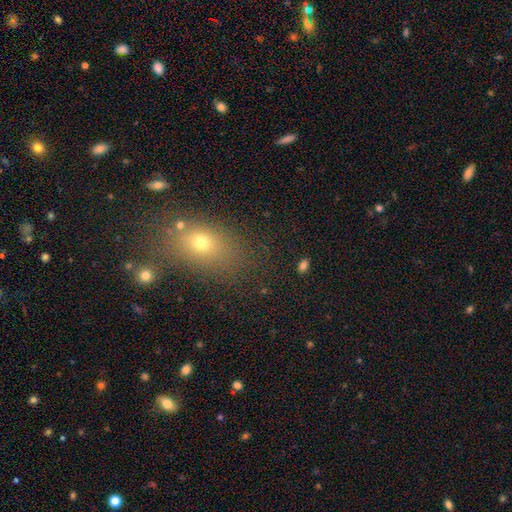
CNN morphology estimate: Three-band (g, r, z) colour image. It shows a smooth galaxy with no disk features (61%) that is in between round and cigar-shaped (65%). Merging: none (77%).